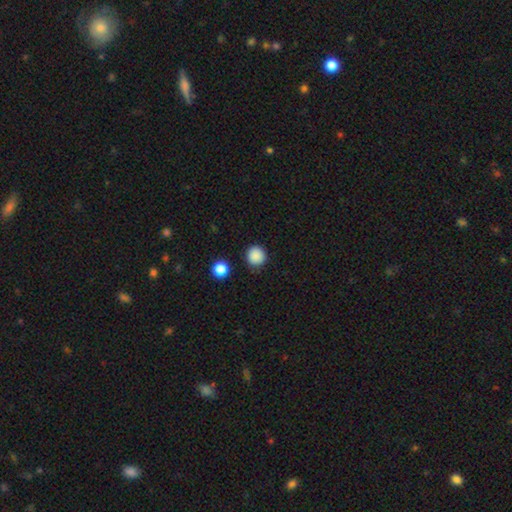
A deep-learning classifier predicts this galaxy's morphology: Smooth or featured: smooth — 87% (star or artifact — 10%)
How rounded: round — 95% (in between — 4%)
Merging: none — 90% (minor disturbance — 6%)